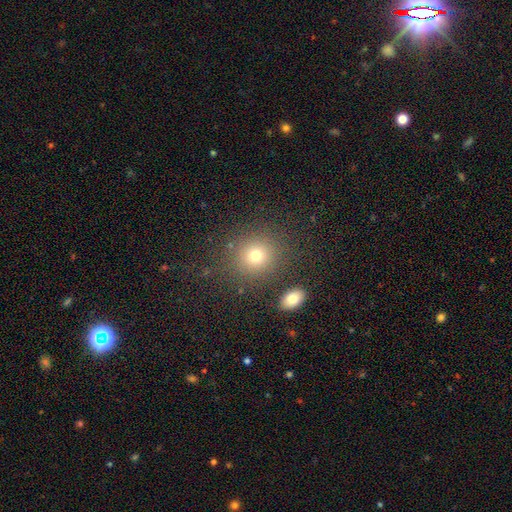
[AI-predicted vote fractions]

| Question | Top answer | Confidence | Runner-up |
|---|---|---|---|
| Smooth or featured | smooth | 75% | star or artifact (15%) |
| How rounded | round | 80% | in between (19%) |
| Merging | none | 82% | minor disturbance (9%) |